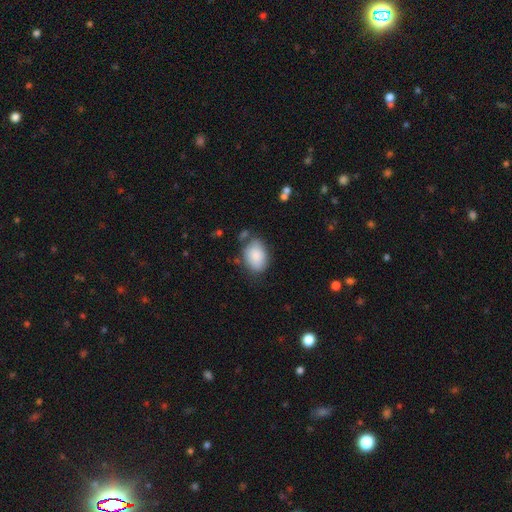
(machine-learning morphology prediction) type=smooth (86%); roundness=in between (84%); merging=none (65%).